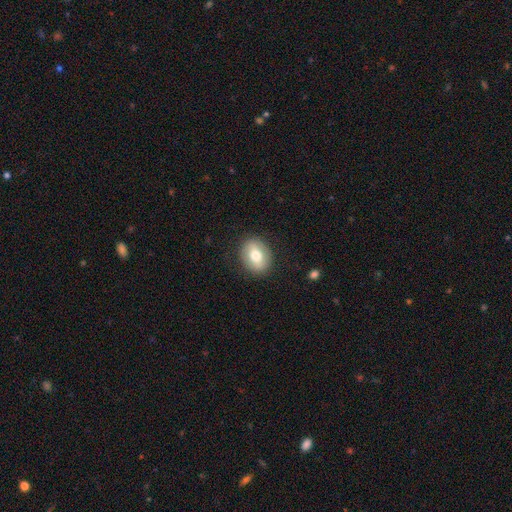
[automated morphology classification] A smooth galaxy with no disk features (67%) that is in between round and cigar-shaped (55%). Merging: none (87%).